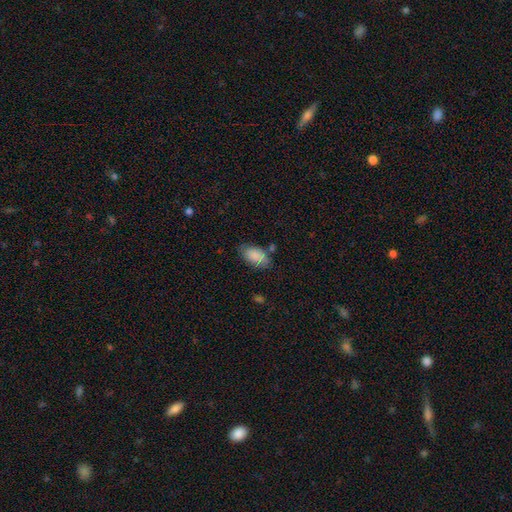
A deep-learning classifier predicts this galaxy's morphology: smooth_or_featured: smooth (p=0.86) [alt: featured or disk p=0.07]
how_rounded: in between (p=0.93) [alt: round p=0.05]
merging: none (p=0.70) [alt: minor disturbance p=0.20]